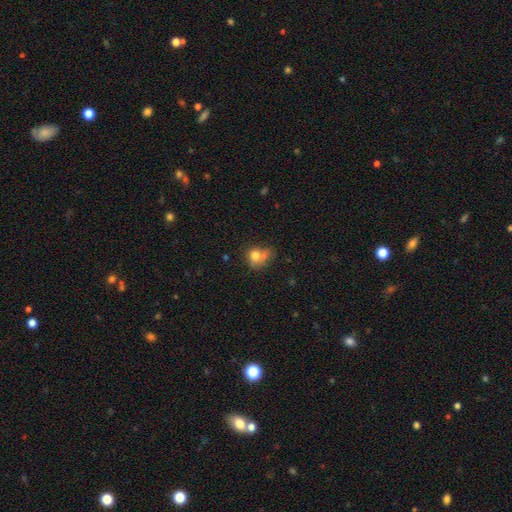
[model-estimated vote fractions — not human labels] Smooth or featured?
  - smooth: 74% *
  - featured or disk: 14%
  - star or artifact: 12%
How rounded?
  - round: 63% *
  - in between: 36%
  - cigar-shaped: 1%
Merging?
  - none: 36% *
  - merger: 25%
  - minor disturbance: 24%
  - major disturbance: 15%